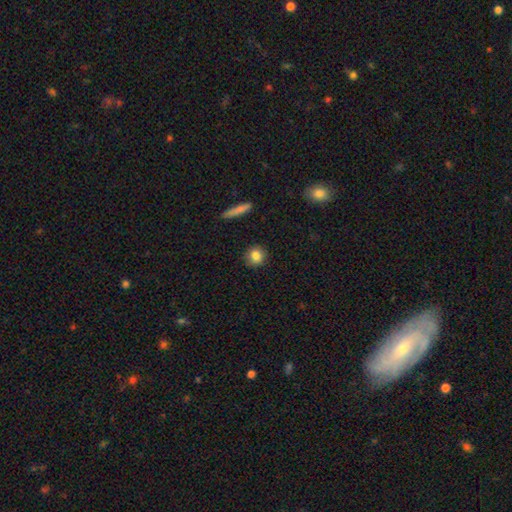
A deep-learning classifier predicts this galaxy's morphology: Smooth or featured: smooth — 83% (star or artifact — 9%)
How rounded: round — 88% (in between — 10%)
Merging: none — 90% (minor disturbance — 7%)